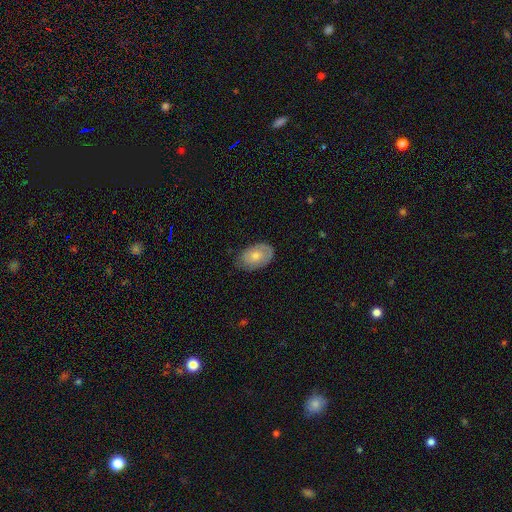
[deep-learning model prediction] Smooth or featured?
  - smooth: 65% *
  - featured or disk: 29%
  - star or artifact: 6%
How rounded?
  - in between: 89% *
  - round: 9%
  - cigar-shaped: 1%
Merging?
  - none: 68% *
  - minor disturbance: 25%
  - major disturbance: 5%
  - merger: 1%